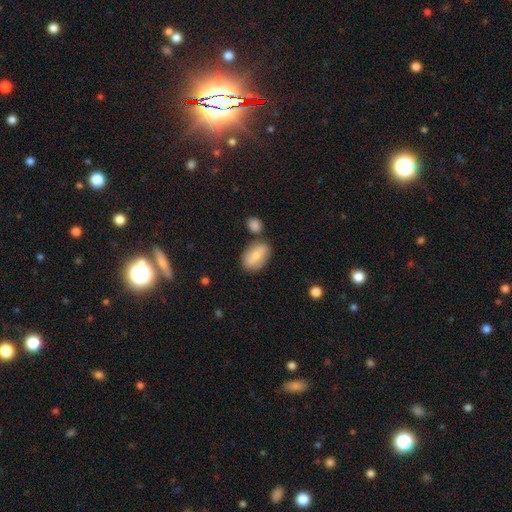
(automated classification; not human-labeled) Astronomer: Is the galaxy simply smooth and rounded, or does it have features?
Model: smooth — 70%.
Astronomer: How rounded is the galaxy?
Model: in between — 87%.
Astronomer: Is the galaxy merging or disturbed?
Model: none — 68%.